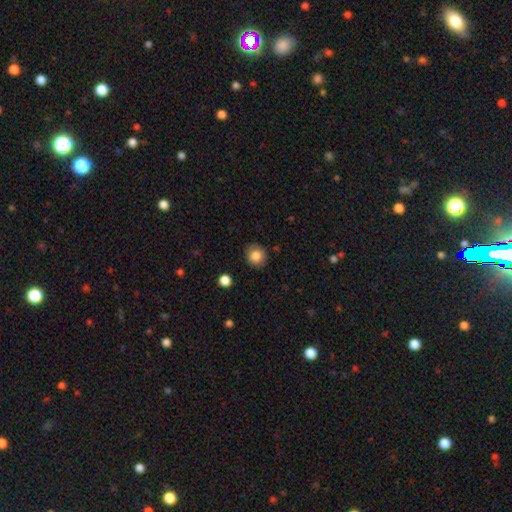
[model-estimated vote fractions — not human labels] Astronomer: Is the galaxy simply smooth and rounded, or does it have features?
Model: smooth — 83%.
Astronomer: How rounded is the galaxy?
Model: round — 86%.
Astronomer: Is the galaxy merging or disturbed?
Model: none — 87%.